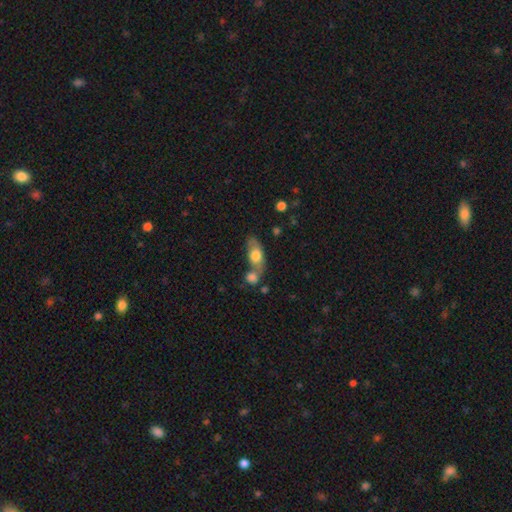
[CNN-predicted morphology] Smooth or featured? smooth (71%)
How rounded? in between (80%)
Merging? merger (45%)